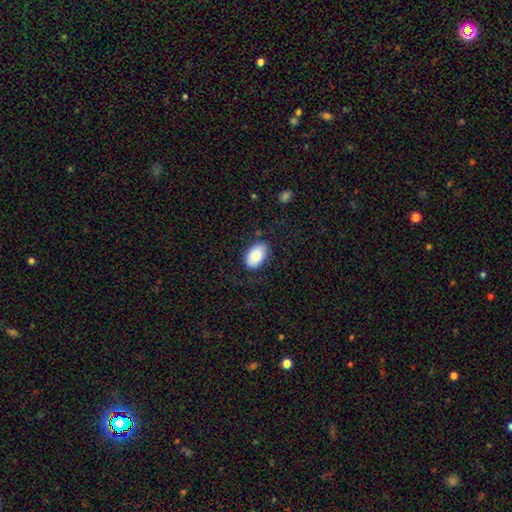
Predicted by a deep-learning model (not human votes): Smooth or featured? smooth (87%)
How rounded? in between (92%)
Merging? none (78%)